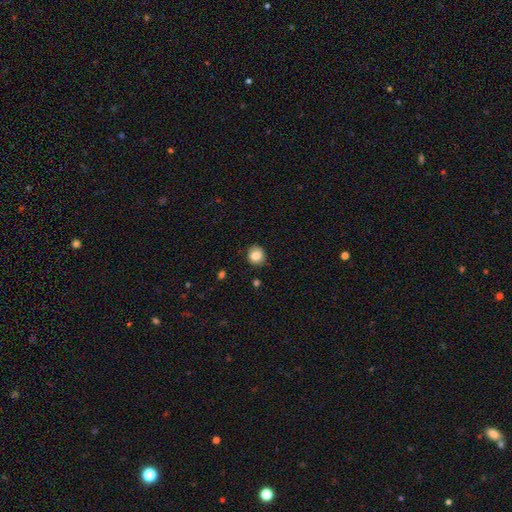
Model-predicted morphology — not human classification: A smooth galaxy with no disk features (82%) that is round (83%).

Vote fractions:
- Smooth or featured? smooth: 82% / star or artifact: 9% / featured or disk: 8%
- How rounded? round: 83% / in between: 16% / cigar-shaped: 1%
- Merging? none: 85% / minor disturbance: 11% / major disturbance: 2% / merger: 1%